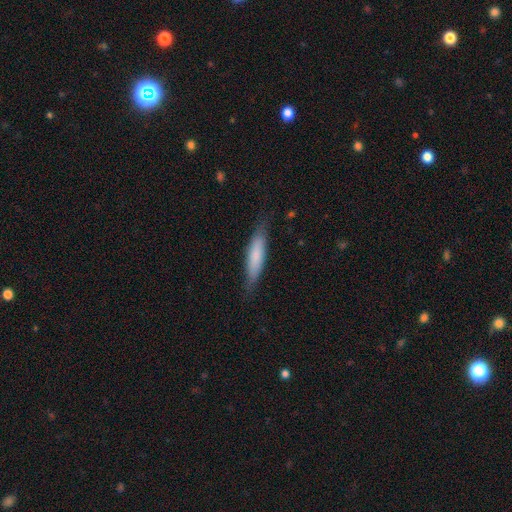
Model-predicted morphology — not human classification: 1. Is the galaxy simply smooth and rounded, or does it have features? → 75% smooth, 20% featured or disk, 6% star or artifact.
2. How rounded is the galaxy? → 78% cigar-shaped, 20% in between, 1% round.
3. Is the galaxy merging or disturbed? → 80% none, 15% minor disturbance, 3% major disturbance, 1% merger.